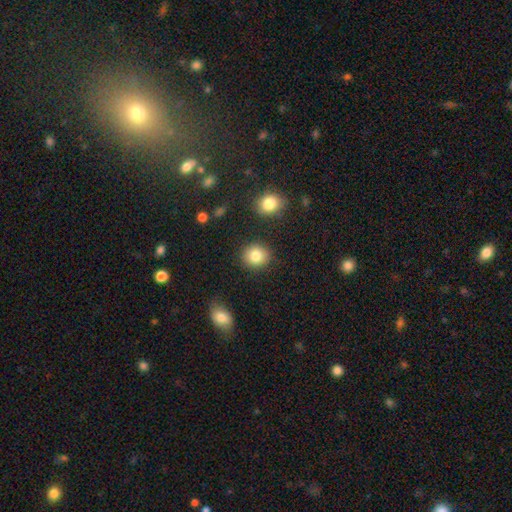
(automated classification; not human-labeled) This is clearly a smooth galaxy (83%). How rounded: likely round (78%). Merging: clearly none (87%).